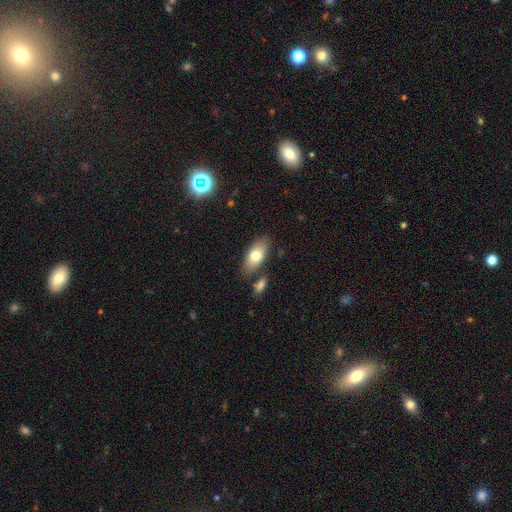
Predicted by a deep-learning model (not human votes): smooth-or-featured: smooth: 74% | featured or disk: 19% | star or artifact: 7%
  how-rounded: in between: 88% | cigar-shaped: 9% | round: 4%
  merging: none: 78% | minor disturbance: 12% | merger: 7% | major disturbance: 3%